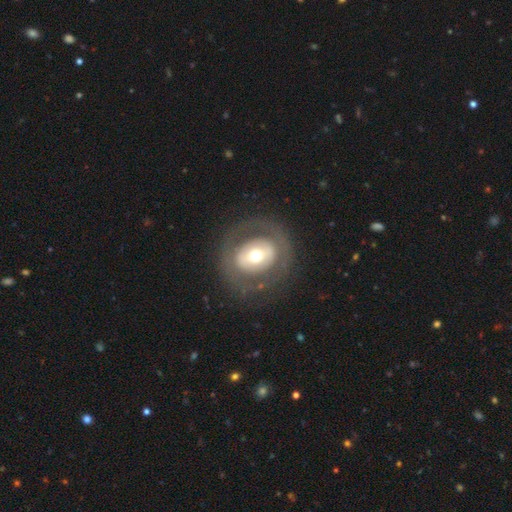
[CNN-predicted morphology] This is possibly a featured or disk galaxy (50%). It is clearly not viewed edge-on (94%). Merging: likely none (79%).